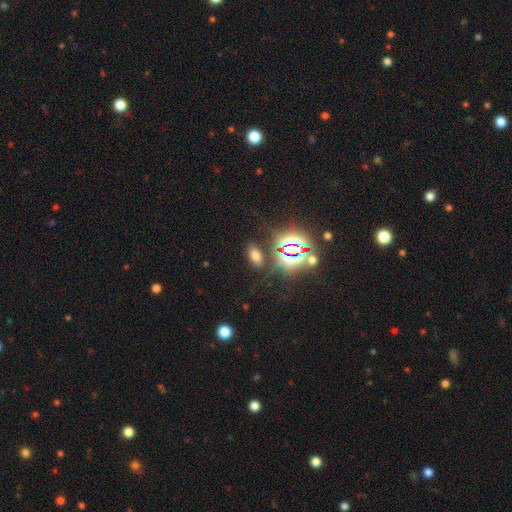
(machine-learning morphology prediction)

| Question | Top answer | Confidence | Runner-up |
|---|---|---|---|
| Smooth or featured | smooth | 55% | star or artifact (36%) |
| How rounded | in between | 87% | round (8%) |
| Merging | none | 84% | minor disturbance (9%) |